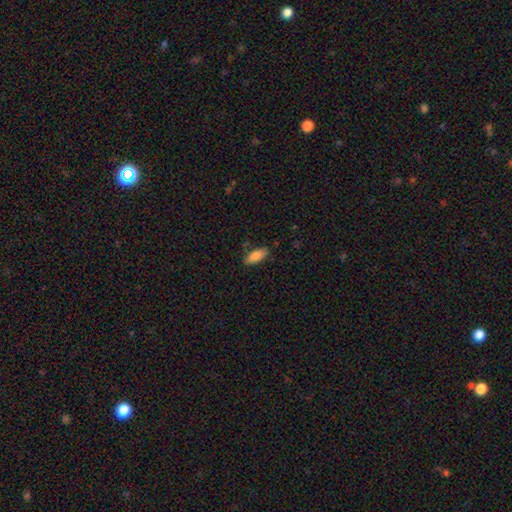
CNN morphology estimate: Smooth or featured?
  - smooth: 81% *
  - featured or disk: 13%
  - star or artifact: 7%
How rounded?
  - in between: 75% *
  - cigar-shaped: 23%
  - round: 2%
Merging?
  - none: 81% *
  - minor disturbance: 13%
  - major disturbance: 3%
  - merger: 3%